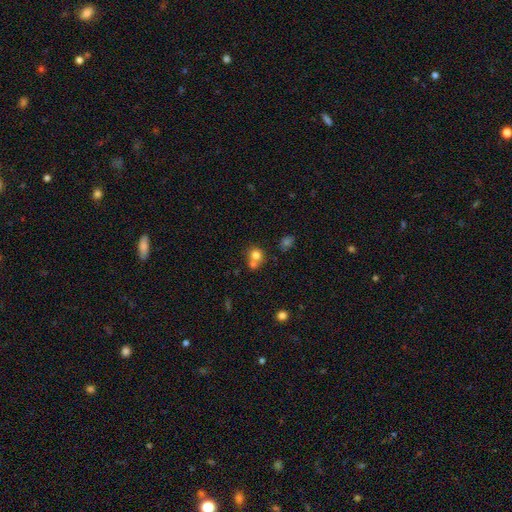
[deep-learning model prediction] Smooth or featured?
  - smooth: 76% *
  - star or artifact: 12%
  - featured or disk: 11%
How rounded?
  - round: 80% *
  - in between: 19%
  - cigar-shaped: 1%
Merging?
  - merger: 48% *
  - none: 41%
  - minor disturbance: 8%
  - major disturbance: 3%